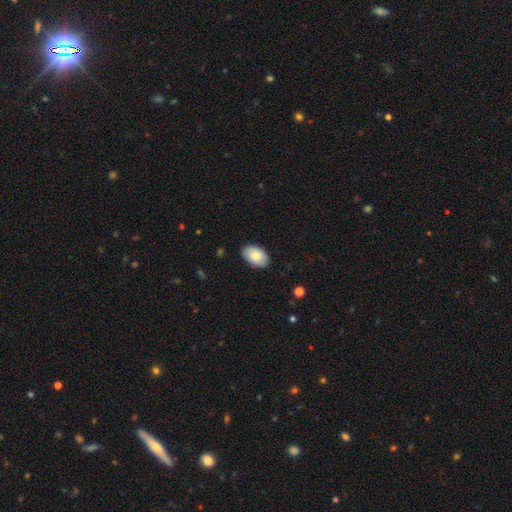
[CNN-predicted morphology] type=smooth (83%); roundness=in between (93%); merging=none (87%).